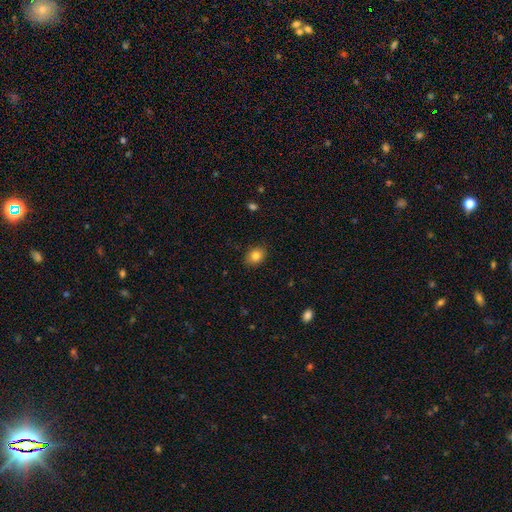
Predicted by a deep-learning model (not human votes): A smooth galaxy with no disk features (83%) that is in between round and cigar-shaped (67%). Merging: none (87%).